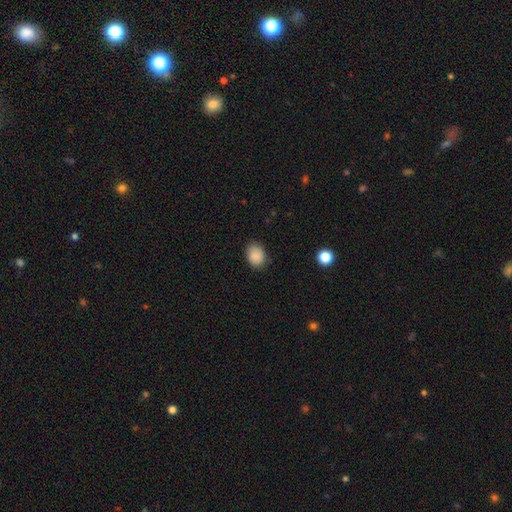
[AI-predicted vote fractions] Smooth or featured? smooth (87%)
How rounded? in between (54%)
Merging? none (79%)